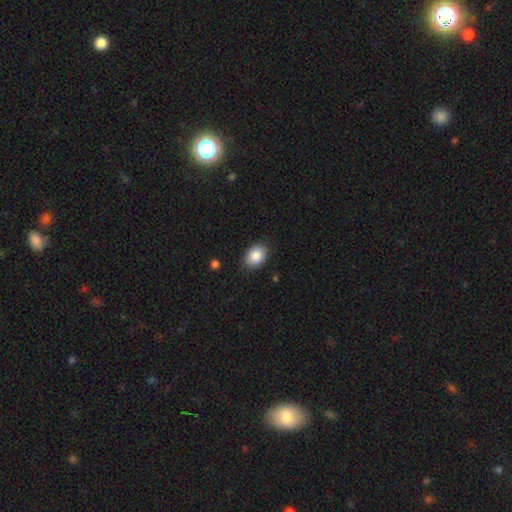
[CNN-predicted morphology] Smooth or featured?
  - smooth: 87% *
  - star or artifact: 8%
  - featured or disk: 5%
How rounded?
  - in between: 71% *
  - round: 28%
  - cigar-shaped: 1%
Merging?
  - none: 86% *
  - minor disturbance: 10%
  - major disturbance: 2%
  - merger: 1%